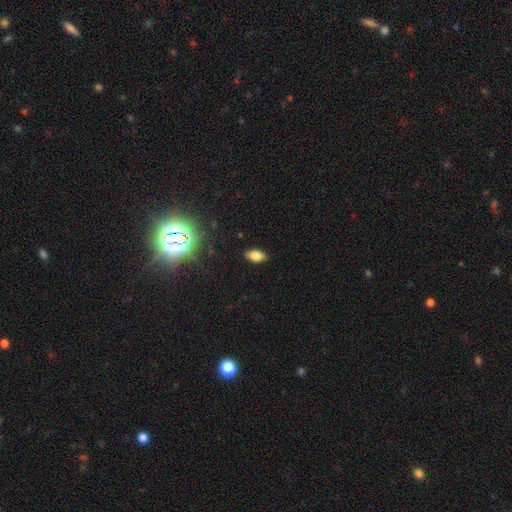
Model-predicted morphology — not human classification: The model was most divided on "smooth or featured": smooth: 75%, star or artifact: 14%, featured or disk: 11%. More confident: how rounded — in between (91%); merging — none (88%).